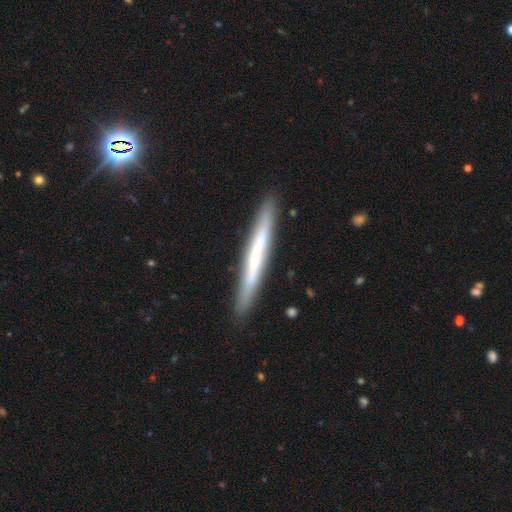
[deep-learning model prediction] Smooth or featured? featured or disk (48%)
Merging? none (89%)